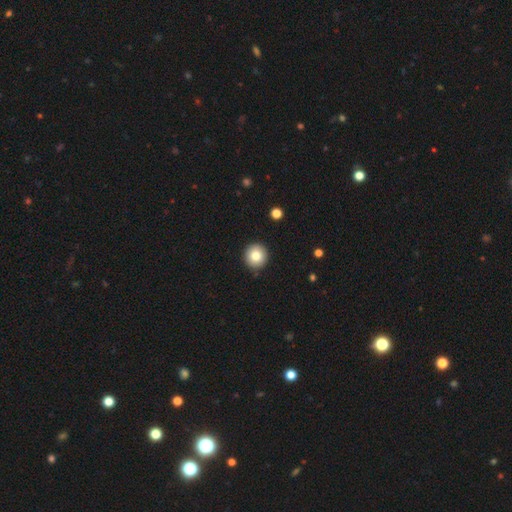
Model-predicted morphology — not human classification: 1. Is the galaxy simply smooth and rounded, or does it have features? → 83% smooth, 9% star or artifact, 9% featured or disk.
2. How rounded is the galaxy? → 95% round, 4% in between, 1% cigar-shaped.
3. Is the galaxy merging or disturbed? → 92% none, 6% minor disturbance, 2% major disturbance, 1% merger.